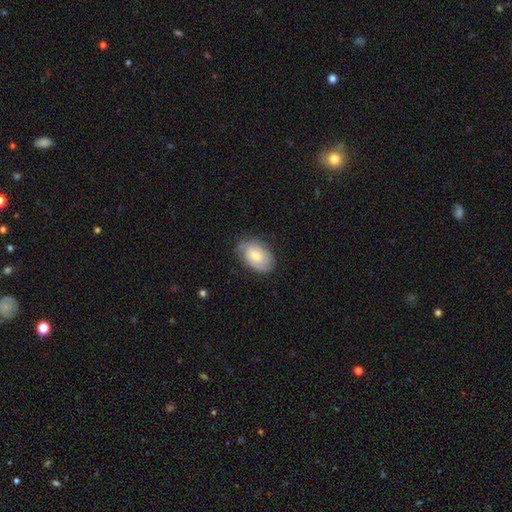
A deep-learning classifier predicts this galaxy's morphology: A featured or disk galaxy (49%).

Vote fractions:
- Smooth or featured? featured or disk: 49% / smooth: 44% / star or artifact: 7%
- Merging? none: 73% / minor disturbance: 21% / major disturbance: 5% / merger: 1%